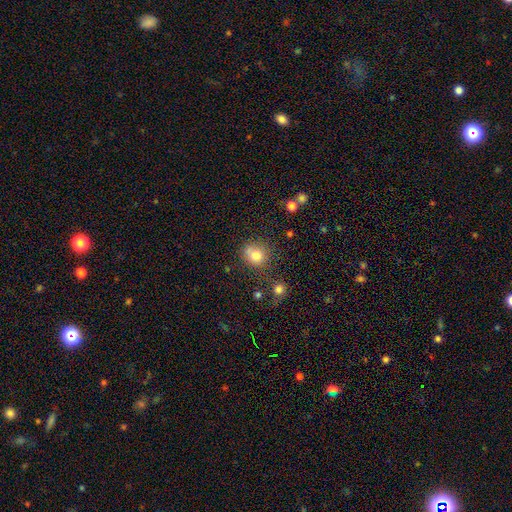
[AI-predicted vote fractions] This is likely a smooth galaxy (78%). How rounded: clearly round (81%). Merging: likely none (63%).